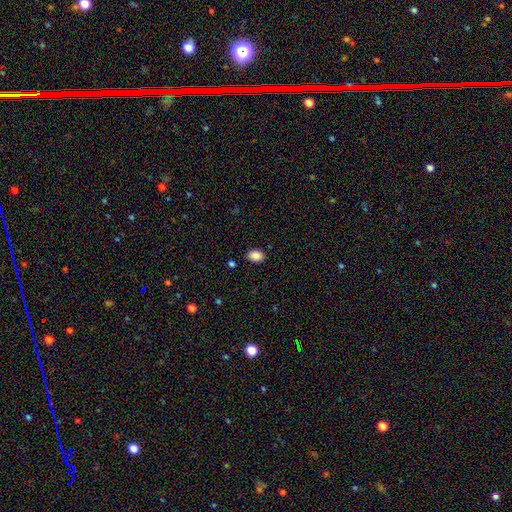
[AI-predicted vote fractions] A smooth galaxy with no disk features (88%) that is in between round and cigar-shaped (81%). Merging: none (87%).